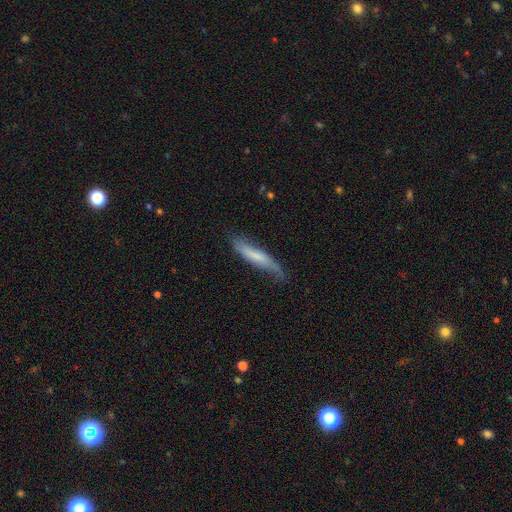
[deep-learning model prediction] A smooth galaxy with no disk features (53%) that is cigar-shaped (86%). Merging: none (57%).